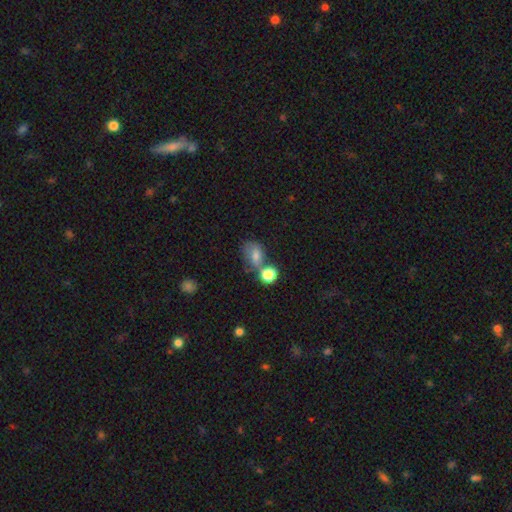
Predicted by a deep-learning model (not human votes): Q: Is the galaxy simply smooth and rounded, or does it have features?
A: smooth — 67%.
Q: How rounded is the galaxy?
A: in between — 62%.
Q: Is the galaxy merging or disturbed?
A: none — 35%, tied with merger.